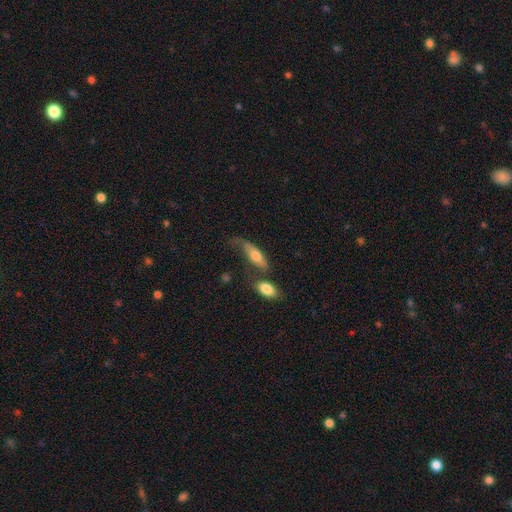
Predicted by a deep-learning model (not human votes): This is likely a smooth galaxy (65%). How rounded: likely in between (63%). Merging: marginally none (41%).